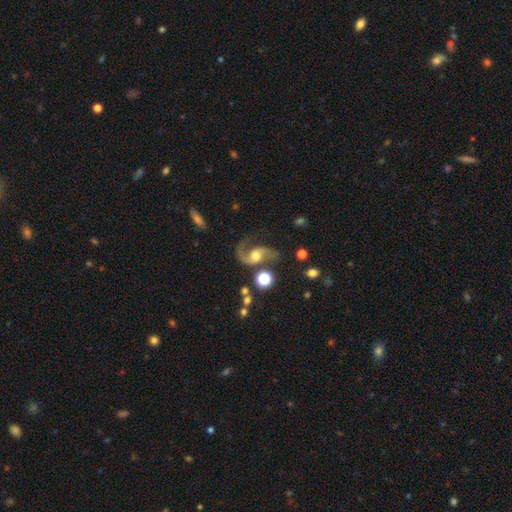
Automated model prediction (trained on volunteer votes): Smooth or featured?
  - featured or disk: 88% *
  - smooth: 6%
  - star or artifact: 6%
Edge-on disk?
  - no: 98% *
  - yes: 2%
Bar?
  - no: 59% *
  - weak: 31%
  - strong: 10%
Spiral arms?
  - yes: 97% *
  - no: 3%
Spiral winding?
  - loose: 57% *
  - medium: 37%
  - tight: 6%
Spiral arm count?
  - 2: 87% *
  - 1: 9%
  - can't tell: 2%
  - 3: 1%
  - 4: 1%
  - more than 4: 1%
Bulge size?
  - moderate: 66% *
  - small: 17%
  - large: 13%
  - none: 2%
  - dominant: 2%
Merging?
  - none: 61% *
  - minor disturbance: 18%
  - major disturbance: 16%
  - merger: 6%